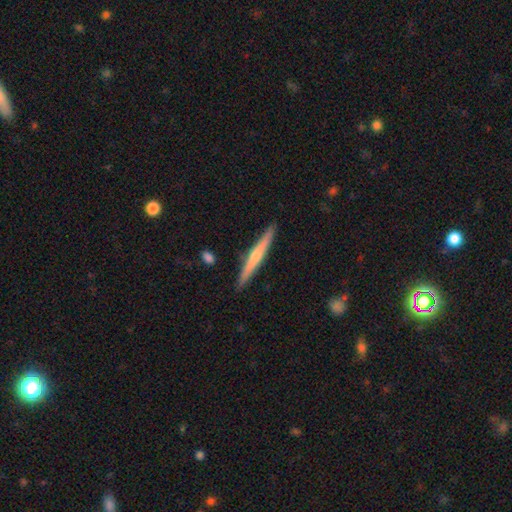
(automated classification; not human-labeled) Smooth or featured? Predicted: featured or disk (p=0.53). Edge-on disk? Predicted: yes (p=0.97). Edge-on bulge? Predicted: rounded (p=0.60). Merging? Predicted: none (p=0.90).